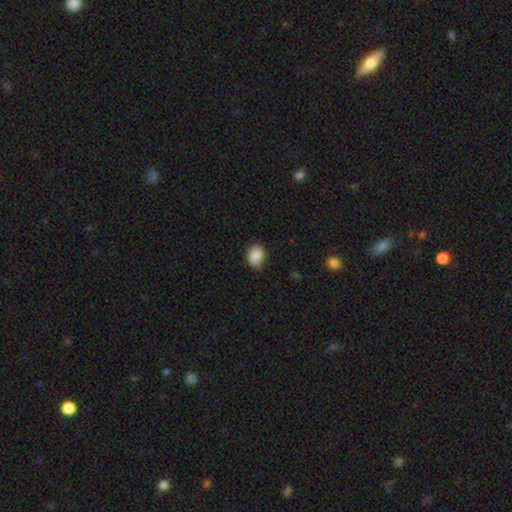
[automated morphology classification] This appears to be a smooth galaxy with no disk features (85%) that is in between round and cigar-shaped (57%). Merging: none (69%).